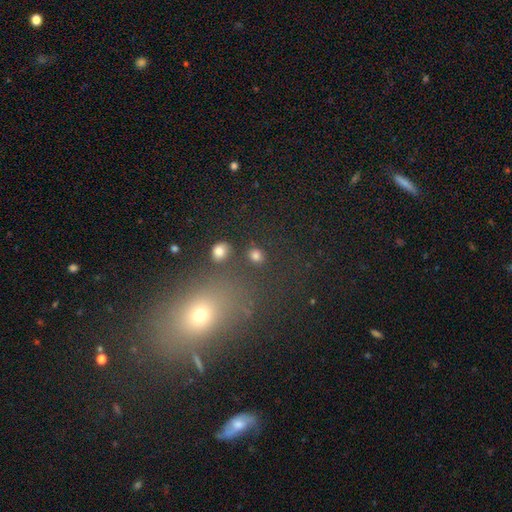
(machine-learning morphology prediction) smooth-or-featured: smooth: 80% | star or artifact: 14% | featured or disk: 6%
  how-rounded: round: 59% | in between: 39% | cigar-shaped: 2%
  merging: none: 80% | minor disturbance: 9% | merger: 6% | major disturbance: 4%